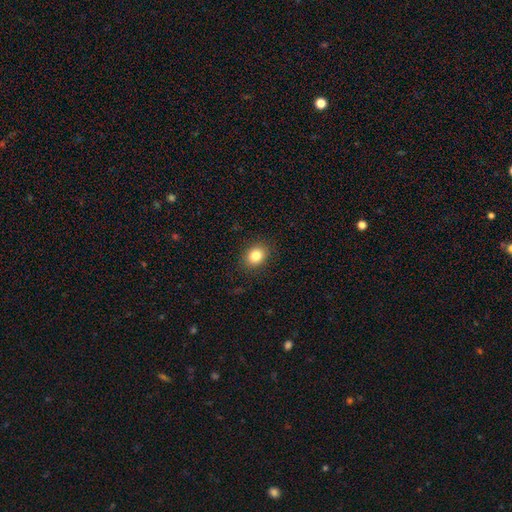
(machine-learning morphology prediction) smooth_or_featured: smooth (p=0.84) [alt: star or artifact p=0.10]
how_rounded: round (p=0.51) [alt: in between p=0.48]
merging: none (p=0.88) [alt: minor disturbance p=0.08]